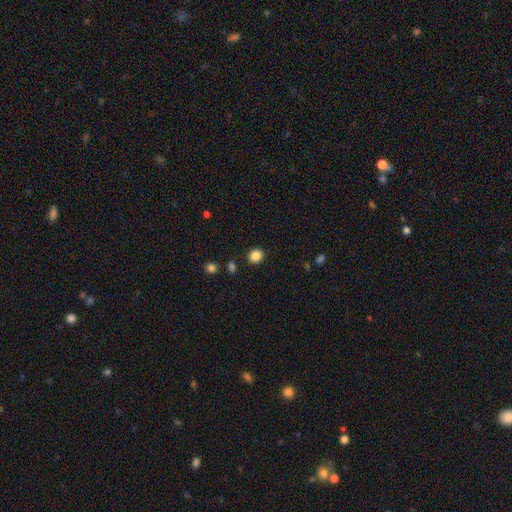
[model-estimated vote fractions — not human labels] Smooth or featured: smooth — 86% (star or artifact — 11%)
How rounded: round — 78% (in between — 22%)
Merging: none — 89% (minor disturbance — 6%)